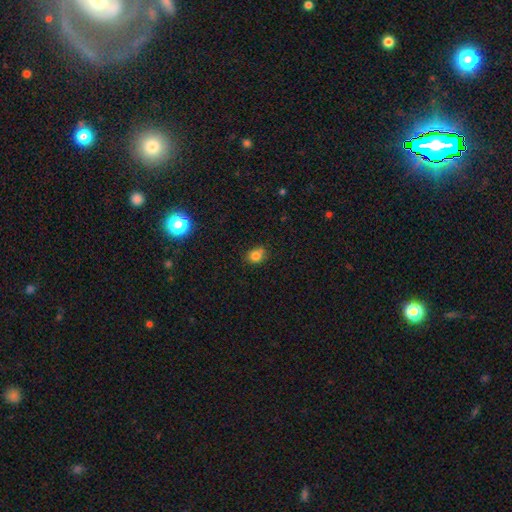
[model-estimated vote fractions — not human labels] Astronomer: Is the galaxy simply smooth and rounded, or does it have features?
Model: smooth — 80%.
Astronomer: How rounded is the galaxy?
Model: round — 62%.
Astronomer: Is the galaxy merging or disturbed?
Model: none — 68%.